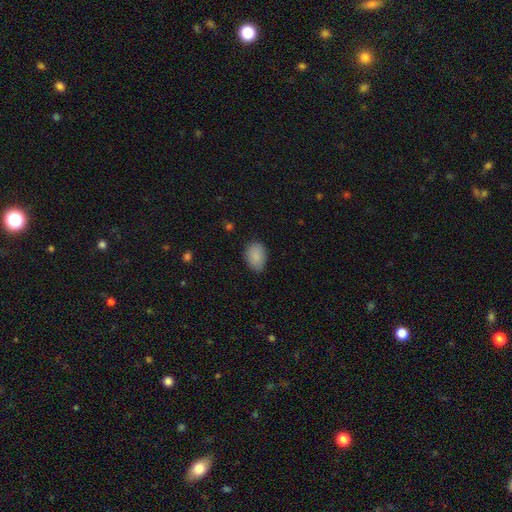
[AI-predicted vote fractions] Overall: smooth (88%). How rounded: in between (78%). Merging: none (78%).